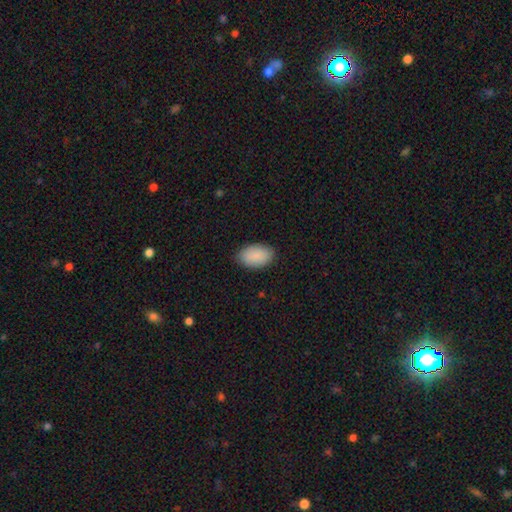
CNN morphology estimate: Smooth or featured: smooth — 90% (star or artifact — 6%)
How rounded: in between — 93% (round — 6%)
Merging: none — 86% (minor disturbance — 11%)